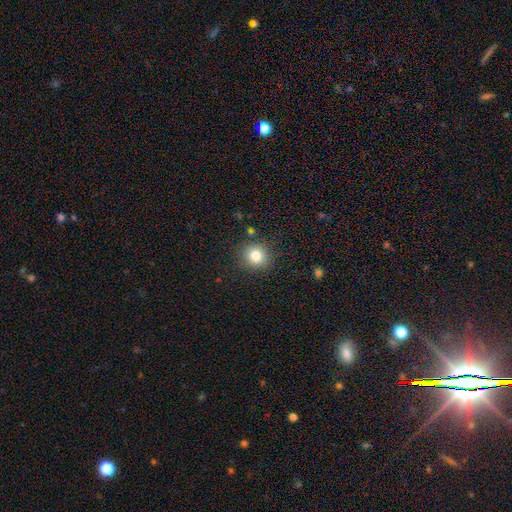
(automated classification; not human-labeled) This appears to be a smooth galaxy with no disk features (81%) that is round (88%). Merging: none (87%).